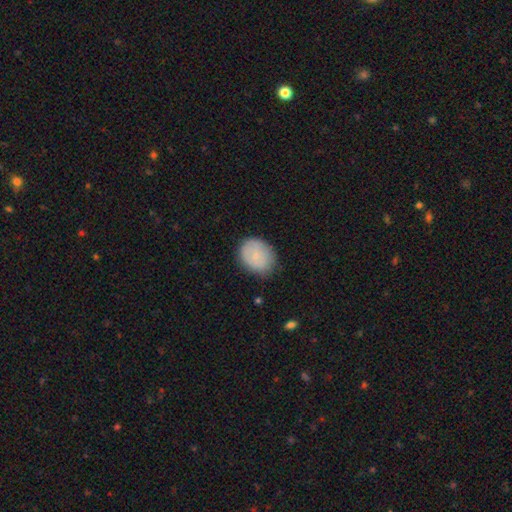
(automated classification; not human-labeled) Smooth or featured?
  - smooth: 73% *
  - featured or disk: 20%
  - star or artifact: 7%
How rounded?
  - in between: 51% *
  - round: 48%
  - cigar-shaped: 1%
Merging?
  - none: 74% *
  - minor disturbance: 20%
  - major disturbance: 4%
  - merger: 1%